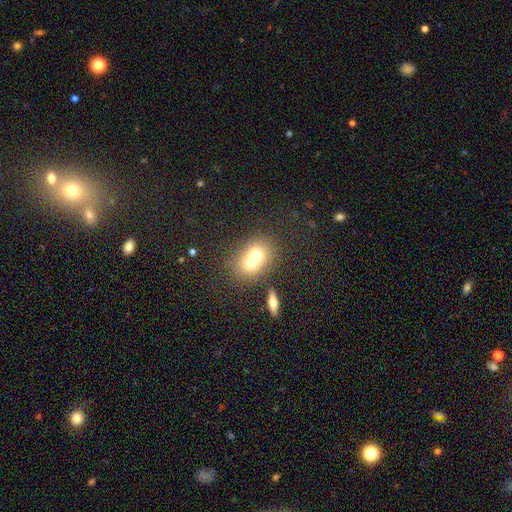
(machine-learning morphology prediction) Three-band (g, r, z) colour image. It shows a smooth galaxy with no disk features (64%) that is round (59%). Merging: merger (69%).